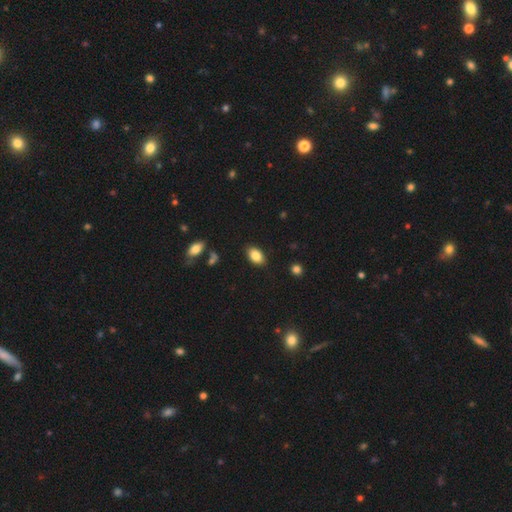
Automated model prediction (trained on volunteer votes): Smooth or featured?
  - smooth: 85% *
  - star or artifact: 8%
  - featured or disk: 7%
How rounded?
  - in between: 90% *
  - round: 8%
  - cigar-shaped: 2%
Merging?
  - none: 86% *
  - minor disturbance: 10%
  - major disturbance: 2%
  - merger: 1%